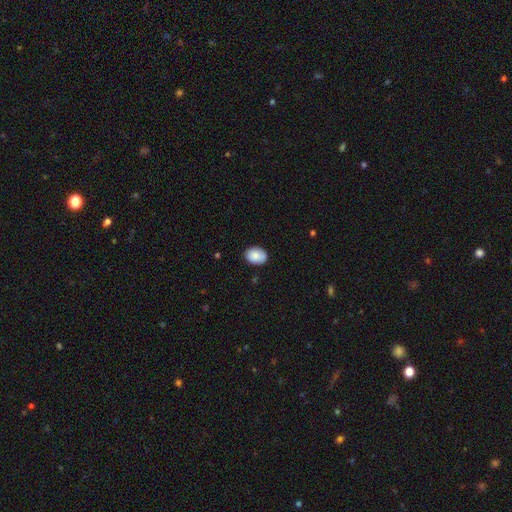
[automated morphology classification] Smooth or featured? Predicted: smooth (p=0.85). How rounded? Predicted: in between (p=0.66). Merging? Predicted: none (p=0.81).